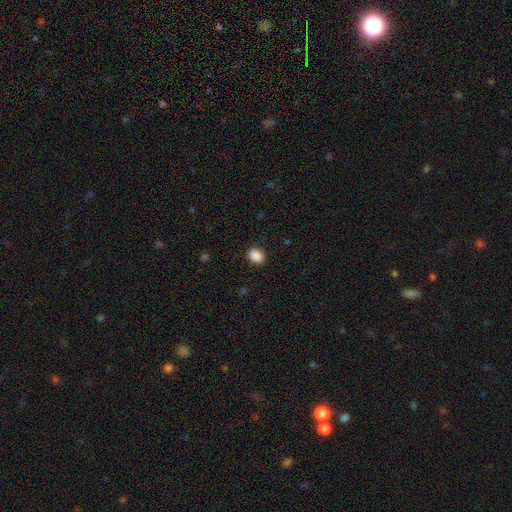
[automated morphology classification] smooth-or-featured: smooth: 89% | star or artifact: 8% | featured or disk: 2%
  how-rounded: in between: 65% | round: 34% | cigar-shaped: 1%
  merging: none: 89% | minor disturbance: 8% | major disturbance: 2% | merger: 1%